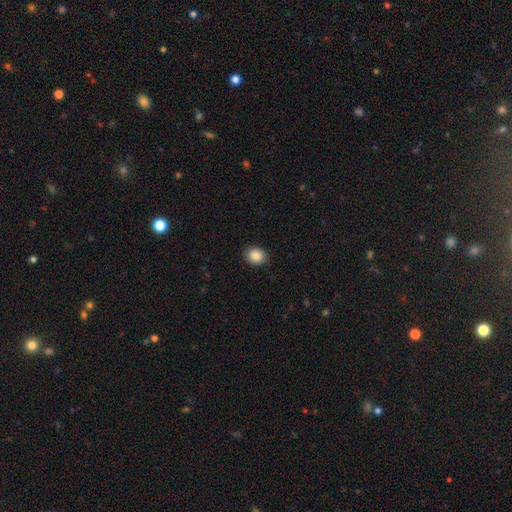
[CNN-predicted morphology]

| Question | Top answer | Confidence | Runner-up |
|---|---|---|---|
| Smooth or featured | smooth | 87% | star or artifact (8%) |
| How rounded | round | 53% | in between (46%) |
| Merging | none | 88% | minor disturbance (9%) |